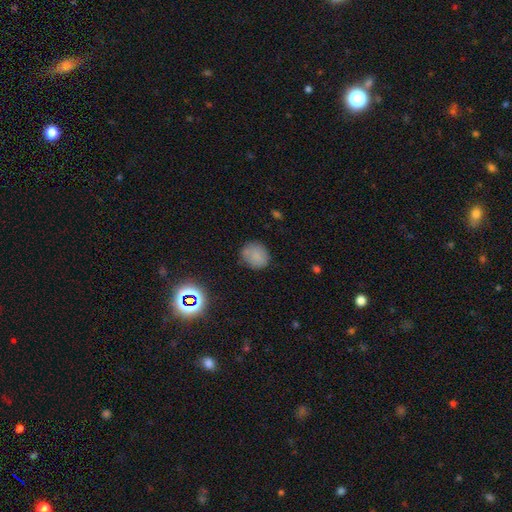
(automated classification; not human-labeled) smooth 79%, star or artifact 12%, featured or disk 9%. Down the decision tree: how rounded — round (71%); merging — none (75%).